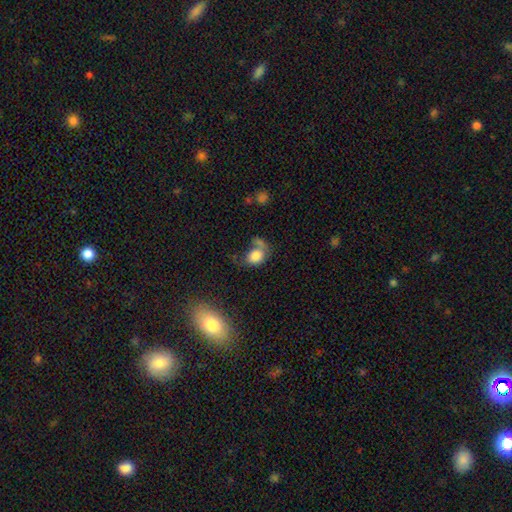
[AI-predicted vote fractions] Smooth or featured? Predicted: smooth (p=0.80). How rounded? Predicted: in between (p=0.56). Merging? Predicted: none (p=0.35).